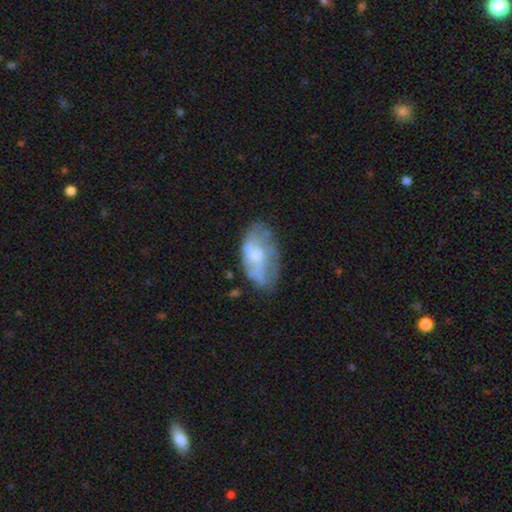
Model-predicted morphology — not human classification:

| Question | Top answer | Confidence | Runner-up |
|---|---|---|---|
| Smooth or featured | featured or disk | 51% | smooth (42%) |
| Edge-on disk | no | 94% | yes (6%) |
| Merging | none | 50% | minor disturbance (29%) |